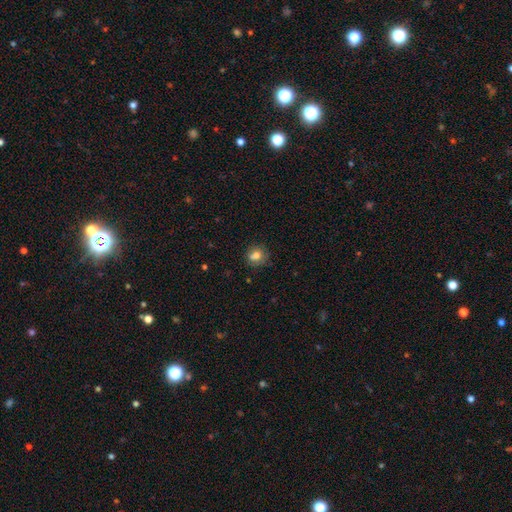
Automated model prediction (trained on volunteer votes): A smooth galaxy with no disk features (74%) that is round (74%).

Vote fractions:
- Smooth or featured? smooth: 74% / star or artifact: 13% / featured or disk: 13%
- How rounded? round: 74% / in between: 25% / cigar-shaped: 1%
- Merging? none: 68% / minor disturbance: 18% / merger: 8% / major disturbance: 6%